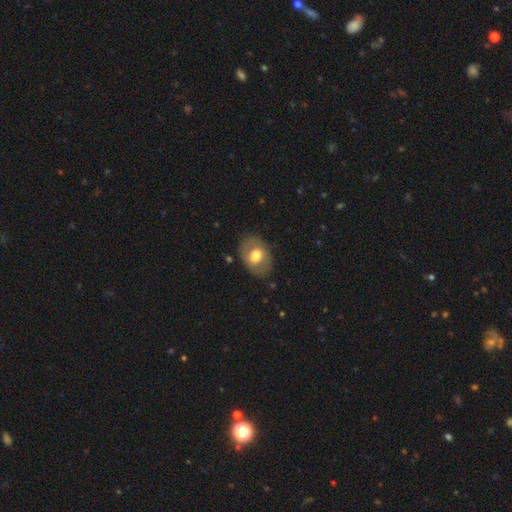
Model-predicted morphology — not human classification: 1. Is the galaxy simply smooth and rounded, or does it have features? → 58% smooth, 35% featured or disk, 7% star or artifact.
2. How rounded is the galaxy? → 69% in between, 30% round, 1% cigar-shaped.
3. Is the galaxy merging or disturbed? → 80% none, 14% minor disturbance, 5% major disturbance, 1% merger.